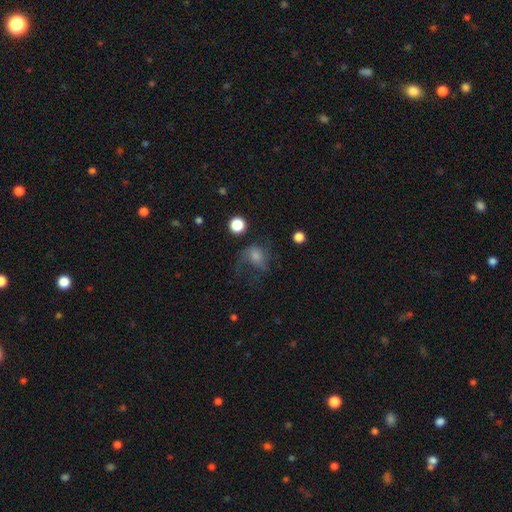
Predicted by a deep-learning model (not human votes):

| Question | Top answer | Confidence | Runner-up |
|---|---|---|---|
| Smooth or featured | featured or disk | 44% | smooth (39%) |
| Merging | major disturbance | 40% | none (38%) |